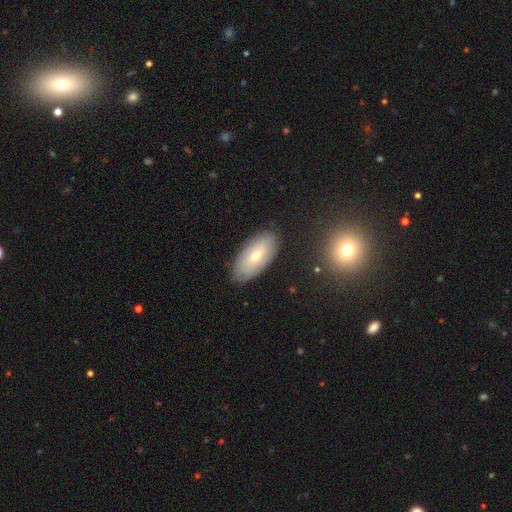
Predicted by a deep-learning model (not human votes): This is likely a smooth galaxy (60%). How rounded: clearly in between (90%). Merging: clearly none (83%).